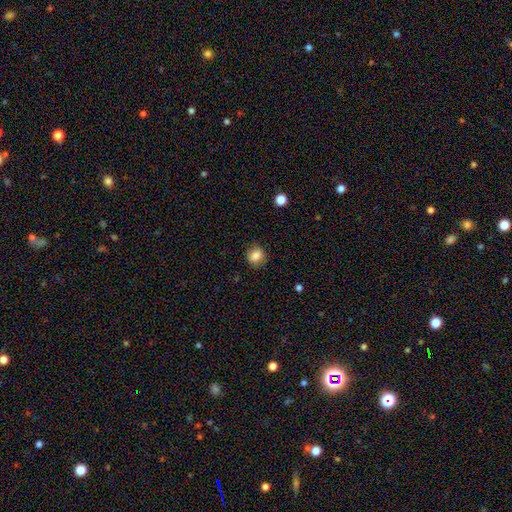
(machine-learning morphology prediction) type=smooth (84%); roundness=round (65%); merging=none (84%).